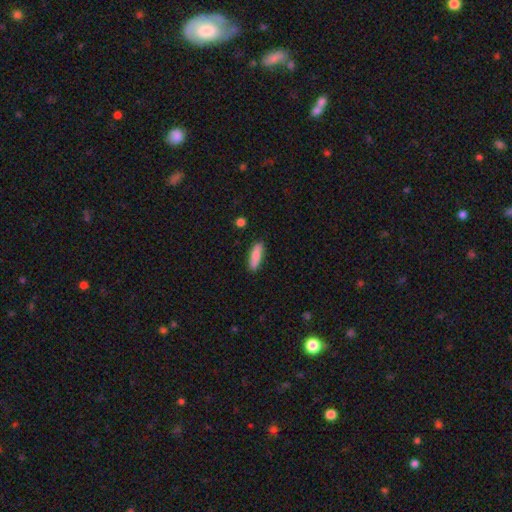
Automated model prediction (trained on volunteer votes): A smooth galaxy with no disk features (84%) that is cigar-shaped (57%). Merging: none (84%).